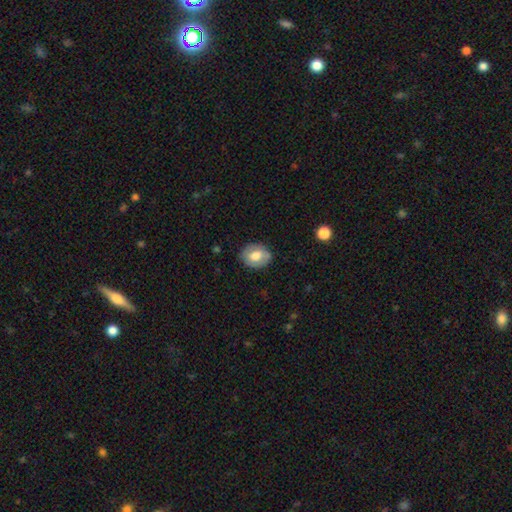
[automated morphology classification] Q: Smooth or featured?
A: smooth (66%); runner-up: featured or disk (26%)
Q: How rounded?
A: in between (53%); runner-up: round (46%)
Q: Merging?
A: none (80%); runner-up: minor disturbance (15%)